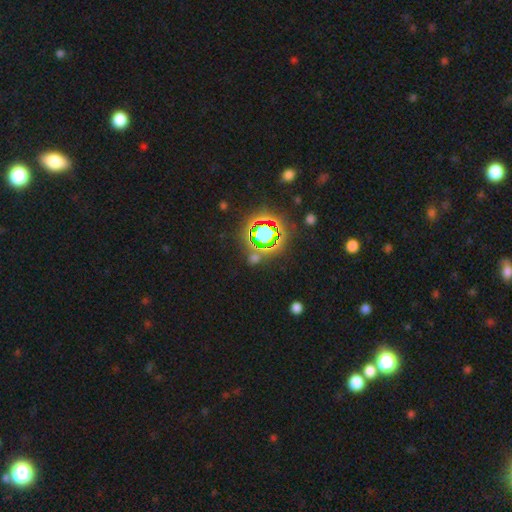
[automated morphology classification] This appears to be a star or artifact, not a galaxy (74%).